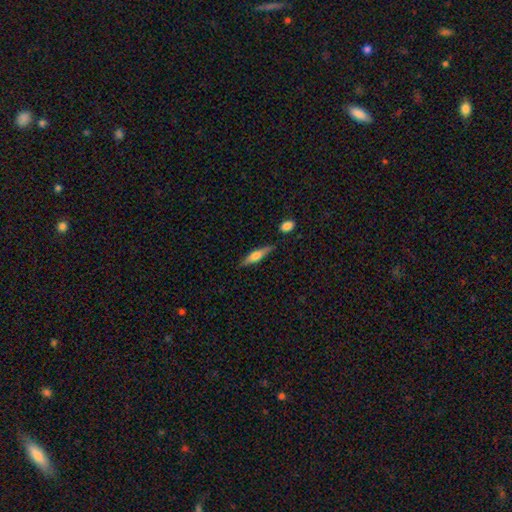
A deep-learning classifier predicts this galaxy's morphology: A smooth galaxy with no disk features (50%) that is cigar-shaped (74%). Merging: none (81%).